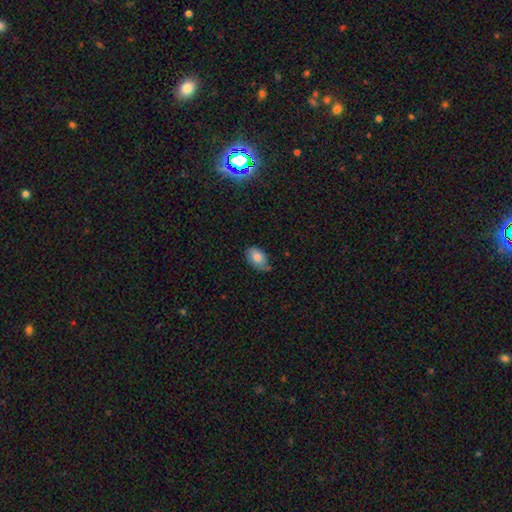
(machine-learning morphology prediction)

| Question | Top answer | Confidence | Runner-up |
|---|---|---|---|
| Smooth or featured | smooth | 75% | featured or disk (17%) |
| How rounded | in between | 90% | round (9%) |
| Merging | none | 58% | minor disturbance (34%) |